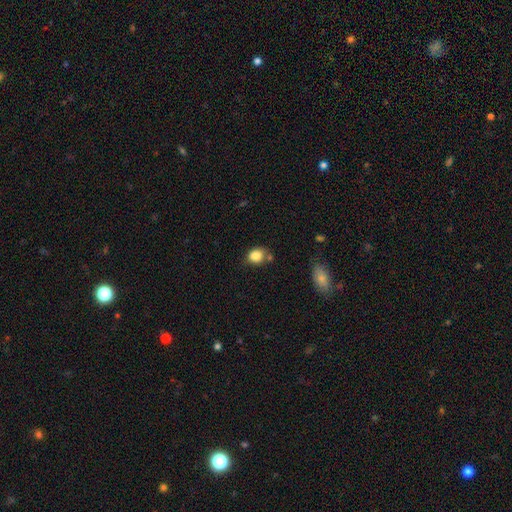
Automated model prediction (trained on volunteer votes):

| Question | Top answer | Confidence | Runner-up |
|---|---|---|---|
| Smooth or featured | smooth | 85% | star or artifact (9%) |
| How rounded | in between | 52% | round (47%) |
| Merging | none | 59% | minor disturbance (23%) |